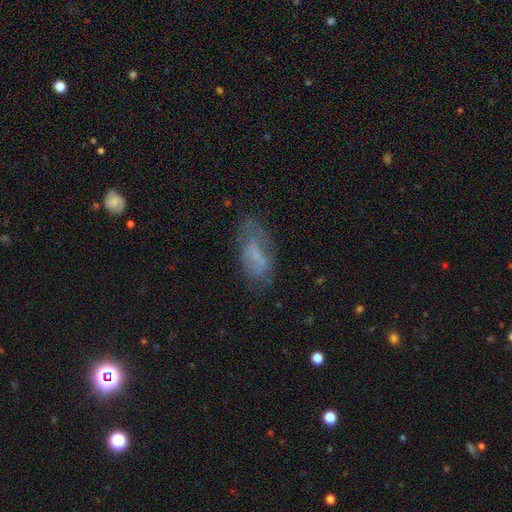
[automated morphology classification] Smooth or featured: smooth — 52% (featured or disk — 37%)
How rounded: in between — 81% (cigar-shaped — 16%)
Merging: none — 52% (minor disturbance — 27%)